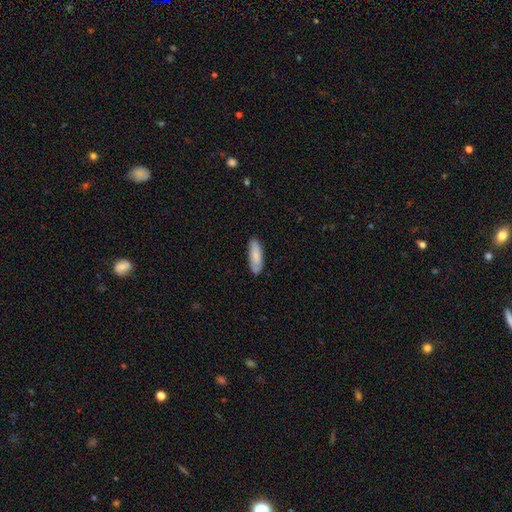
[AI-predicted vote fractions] Overall: smooth (83%). How rounded: in between (57%; cigar-shaped 42%). Merging: none (82%).